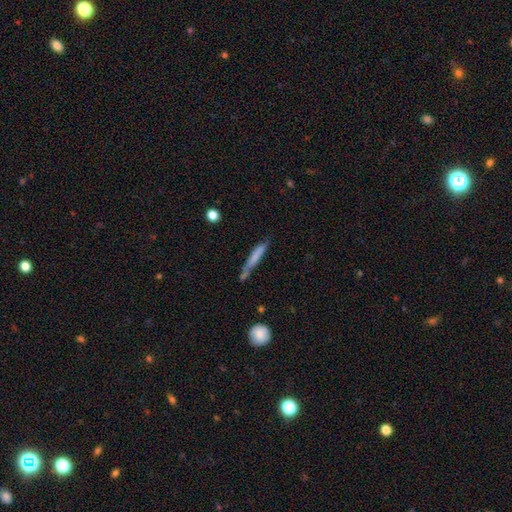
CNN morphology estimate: Smooth or featured? Predicted: smooth (p=0.65). How rounded? Predicted: cigar-shaped (p=0.93). Merging? Predicted: none (p=0.54).